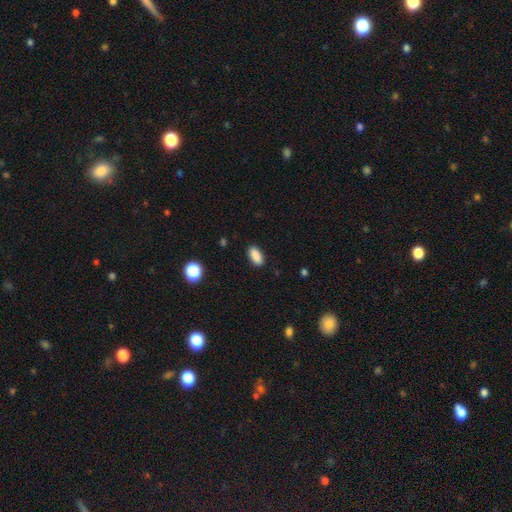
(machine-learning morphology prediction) A smooth galaxy with no disk features (88%) that is in between round and cigar-shaped (88%). Merging: none (89%).